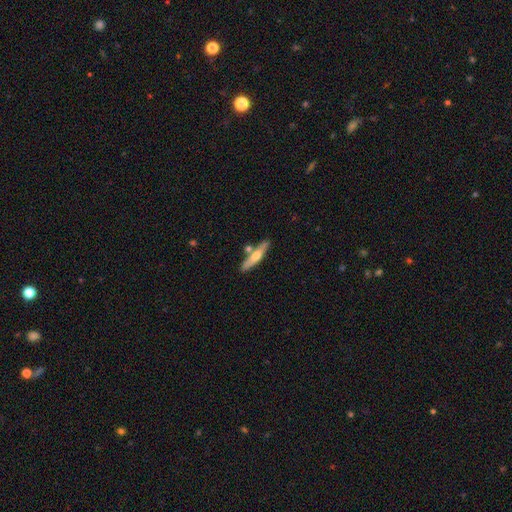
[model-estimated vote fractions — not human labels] Smooth or featured? smooth (50%)
How rounded? cigar-shaped (85%)
Merging? none (73%)